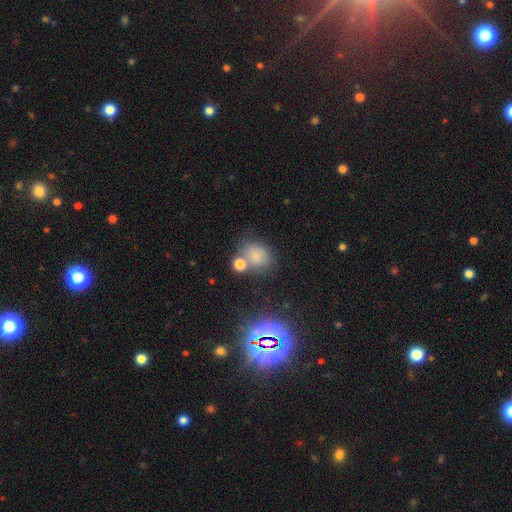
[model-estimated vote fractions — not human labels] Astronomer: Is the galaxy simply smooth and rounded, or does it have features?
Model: smooth — 72%.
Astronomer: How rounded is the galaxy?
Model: round — 65%.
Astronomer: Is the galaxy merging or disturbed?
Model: none — 57%.